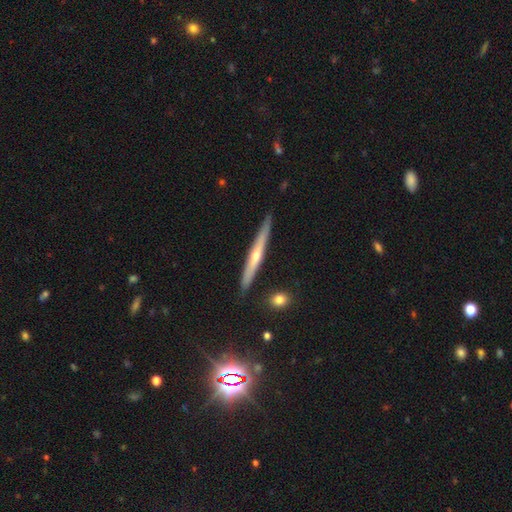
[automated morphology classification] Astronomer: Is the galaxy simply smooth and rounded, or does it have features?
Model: featured or disk — 68%.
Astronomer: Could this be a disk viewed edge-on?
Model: yes — 97%.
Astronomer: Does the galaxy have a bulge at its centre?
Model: rounded — 76%.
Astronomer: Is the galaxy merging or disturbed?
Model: none — 89%.